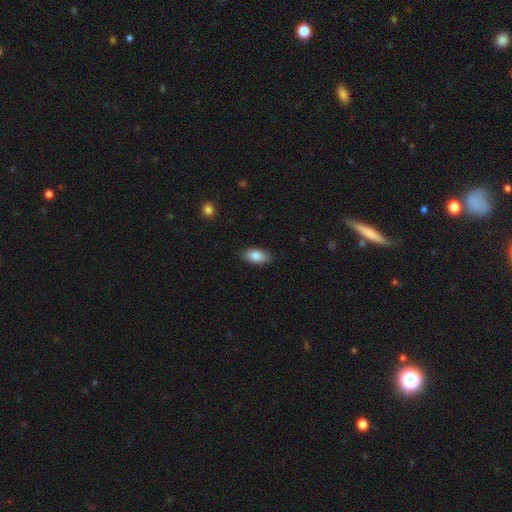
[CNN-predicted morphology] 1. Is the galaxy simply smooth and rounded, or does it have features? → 86% smooth, 7% featured or disk, 7% star or artifact.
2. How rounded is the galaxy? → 92% in between, 5% cigar-shaped, 3% round.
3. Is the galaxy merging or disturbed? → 87% none, 10% minor disturbance, 2% major disturbance, 1% merger.